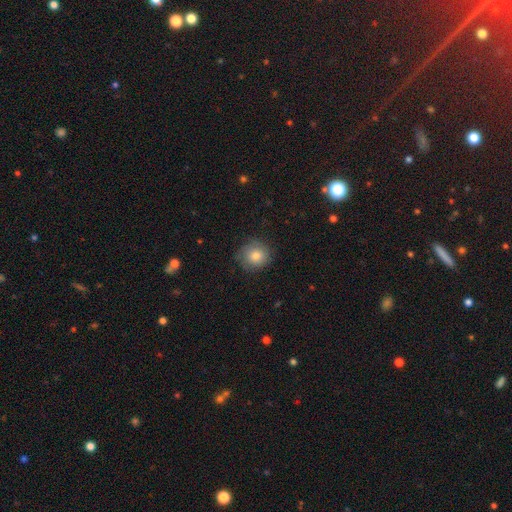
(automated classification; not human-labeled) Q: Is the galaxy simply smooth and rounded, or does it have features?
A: smooth — 78%.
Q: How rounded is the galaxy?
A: round — 89%.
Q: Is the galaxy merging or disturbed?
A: none — 79%.